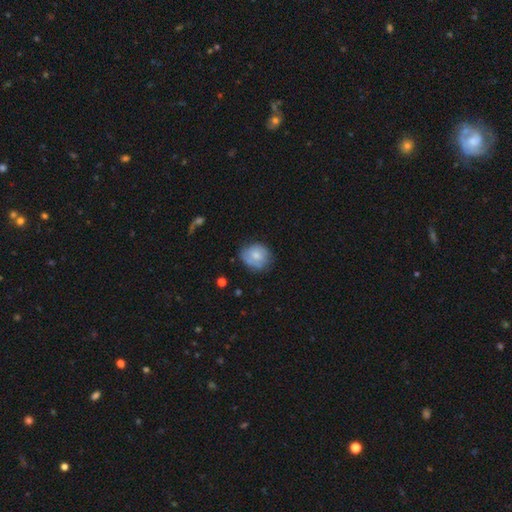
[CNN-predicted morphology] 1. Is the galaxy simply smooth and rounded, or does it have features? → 63% smooth, 30% featured or disk, 7% star or artifact.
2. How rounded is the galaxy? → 66% round, 33% in between, 1% cigar-shaped.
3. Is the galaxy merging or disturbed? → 61% none, 28% minor disturbance, 9% major disturbance, 2% merger.